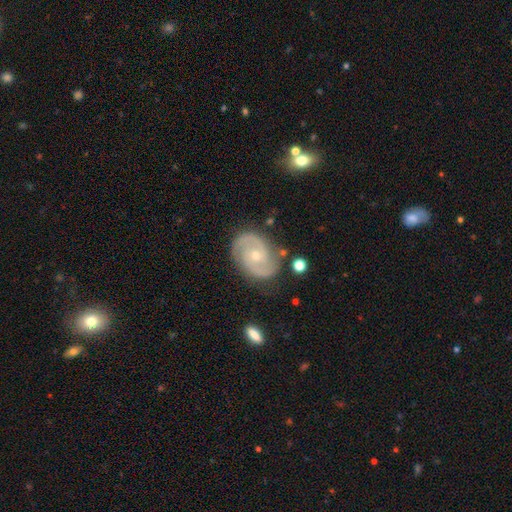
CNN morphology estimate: Smooth or featured? featured or disk (86%)
Edge-on disk? no (98%)
Bar? no (64%)
Spiral arms? yes (96%)
Spiral winding? tight (46%)
Spiral arm count? 2 (87%)
Bulge size? small (53%)
Merging? none (81%)